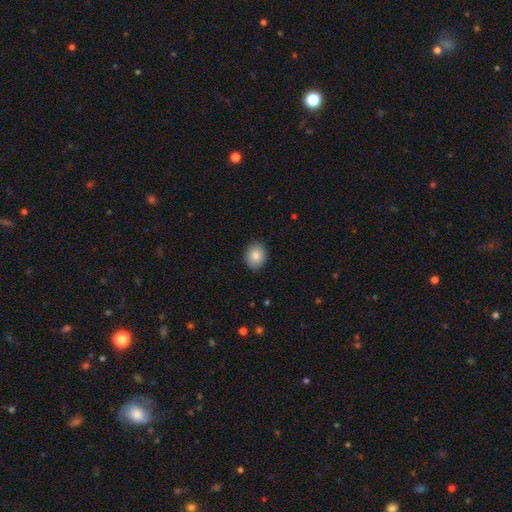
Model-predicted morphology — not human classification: smooth-or-featured: smooth: 86% | star or artifact: 8% | featured or disk: 6%
  how-rounded: round: 57% | in between: 42% | cigar-shaped: 1%
  merging: none: 89% | minor disturbance: 8% | major disturbance: 2% | merger: 1%